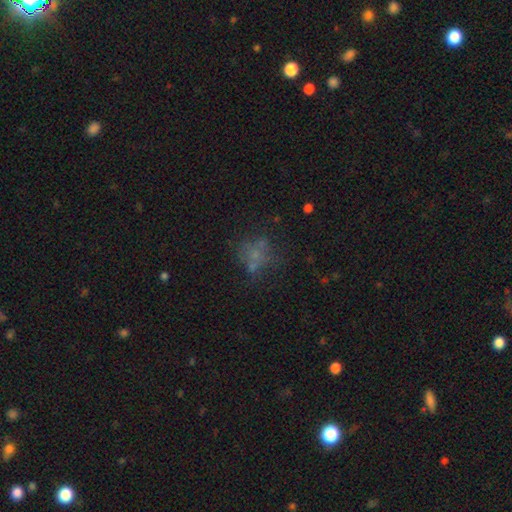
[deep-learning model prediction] Overall: smooth (46%; star or artifact 28%). Merging: none (55%; minor disturbance 17%).